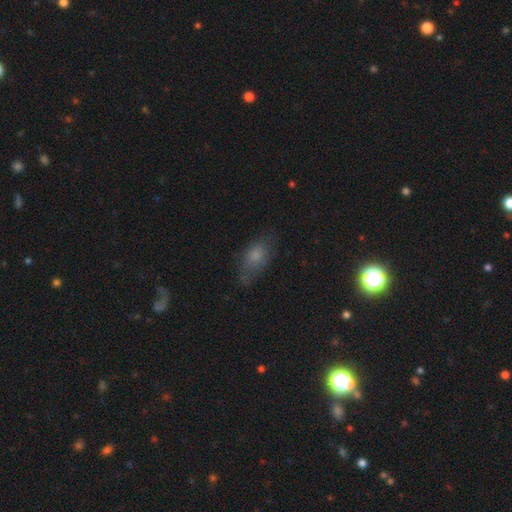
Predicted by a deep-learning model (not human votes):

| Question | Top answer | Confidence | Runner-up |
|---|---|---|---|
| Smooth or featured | smooth | 73% | featured or disk (17%) |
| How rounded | in between | 86% | cigar-shaped (8%) |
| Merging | none | 62% | minor disturbance (25%) |